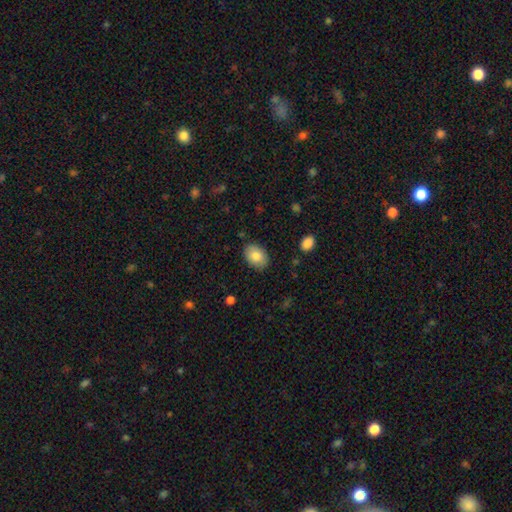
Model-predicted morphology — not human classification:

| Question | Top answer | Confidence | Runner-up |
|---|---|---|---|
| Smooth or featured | smooth | 83% | featured or disk (10%) |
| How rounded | in between | 80% | round (19%) |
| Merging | none | 86% | minor disturbance (10%) |